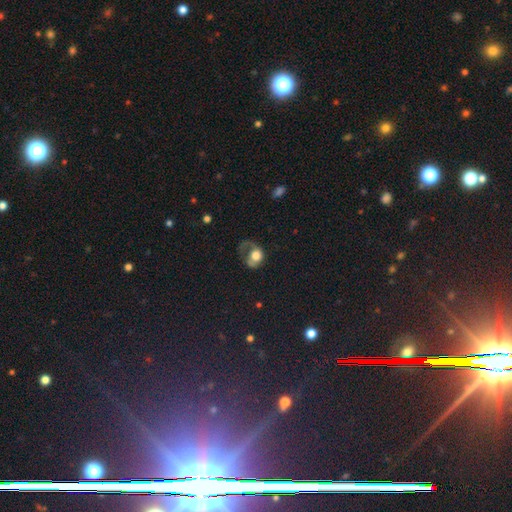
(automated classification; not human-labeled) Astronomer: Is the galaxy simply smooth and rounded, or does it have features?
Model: smooth — 53% (runner-up: featured or disk, 38%).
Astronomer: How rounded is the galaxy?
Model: round — 55% (runner-up: in between, 44%).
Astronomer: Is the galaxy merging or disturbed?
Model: major disturbance — 55%.